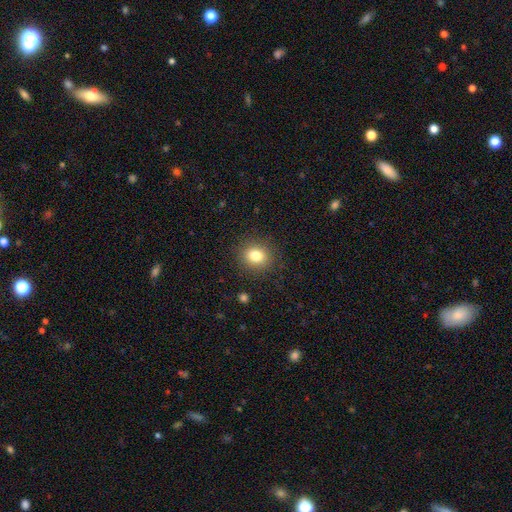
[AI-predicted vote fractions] A smooth galaxy with no disk features (81%) that is round (68%). Merging: none (88%).